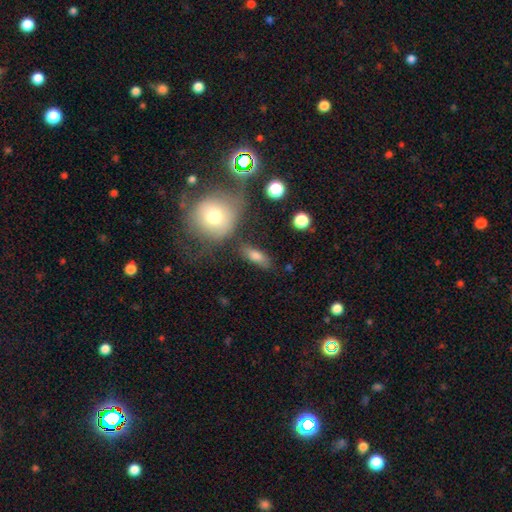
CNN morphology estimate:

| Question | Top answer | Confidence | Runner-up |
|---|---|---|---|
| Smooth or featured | smooth | 74% | featured or disk (16%) |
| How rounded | in between | 68% | cigar-shaped (24%) |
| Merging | none | 70% | minor disturbance (16%) |